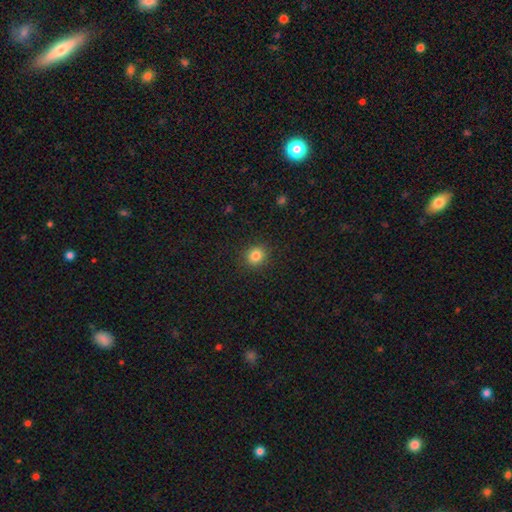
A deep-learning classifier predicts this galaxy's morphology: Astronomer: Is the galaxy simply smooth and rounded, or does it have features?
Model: smooth — 84%.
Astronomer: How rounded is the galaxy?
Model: round — 82%.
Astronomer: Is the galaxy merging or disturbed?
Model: none — 90%.